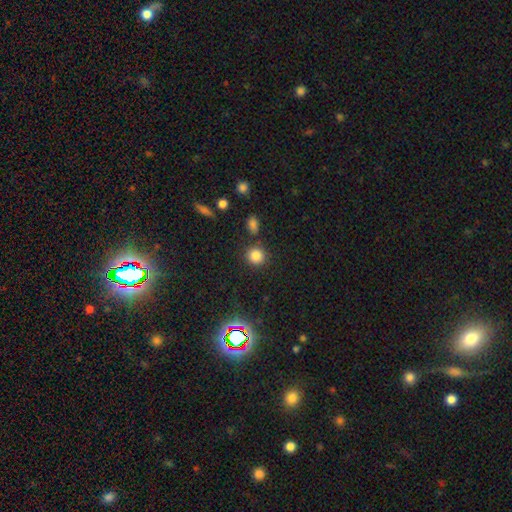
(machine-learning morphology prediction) This appears to be a smooth galaxy with no disk features (82%) that is round (89%). Merging: none (84%).